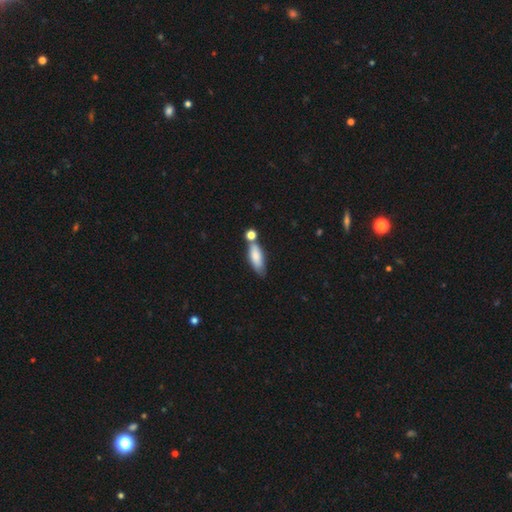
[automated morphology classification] A smooth galaxy with no disk features (79%) that is in between round and cigar-shaped (63%). Merging: none (50%).